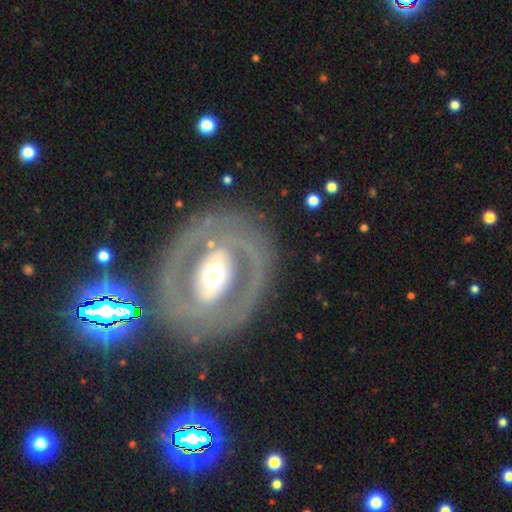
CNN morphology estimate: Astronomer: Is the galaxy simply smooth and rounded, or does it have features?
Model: featured or disk — 80%.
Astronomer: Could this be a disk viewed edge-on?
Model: no — 95%.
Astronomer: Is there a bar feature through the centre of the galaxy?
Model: strong — 35% (runner-up: no, 33%).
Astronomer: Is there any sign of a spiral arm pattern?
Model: yes — 60% (runner-up: no, 40%).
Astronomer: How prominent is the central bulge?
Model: moderate — 60%.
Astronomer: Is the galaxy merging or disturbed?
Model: none — 76%.